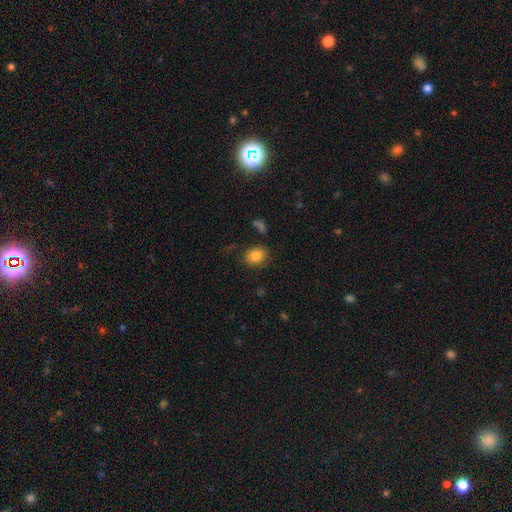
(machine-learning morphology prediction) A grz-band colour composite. It shows a smooth galaxy with no disk features (84%) that is round (54%). Merging: none (80%).